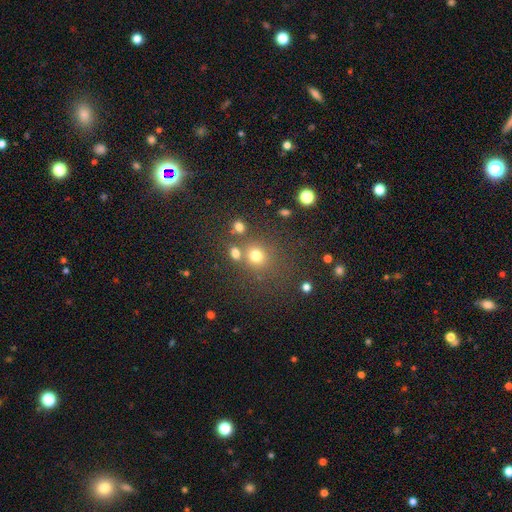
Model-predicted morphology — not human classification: smooth 72%, star or artifact 19%, featured or disk 8%. Down the decision tree: how rounded — round (82%); merging — none (63%).